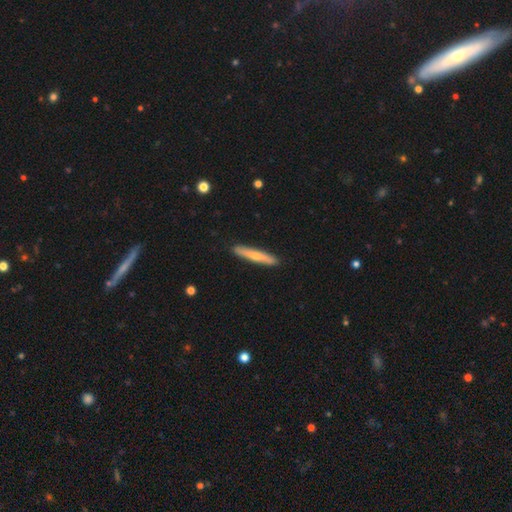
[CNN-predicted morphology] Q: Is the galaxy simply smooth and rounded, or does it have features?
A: smooth — 58%.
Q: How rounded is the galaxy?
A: cigar-shaped — 93%.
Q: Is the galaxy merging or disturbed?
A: none — 91%.